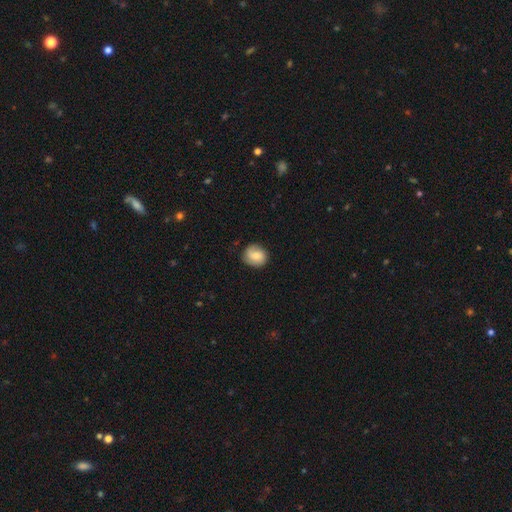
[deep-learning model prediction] This appears to be a smooth galaxy with no disk features (69%) that is round (77%). Merging: none (79%).